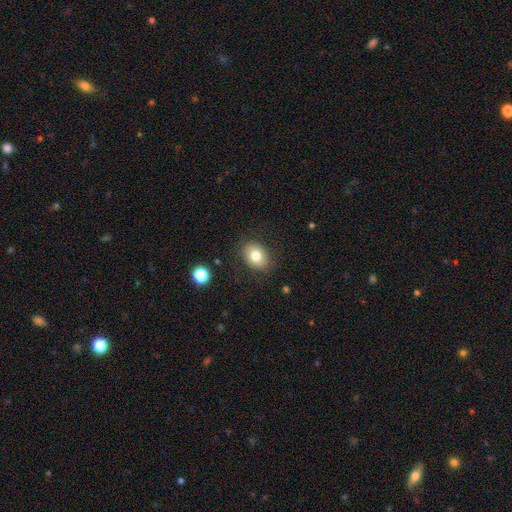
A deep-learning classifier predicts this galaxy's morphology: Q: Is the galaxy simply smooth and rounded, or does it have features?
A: smooth — 79%.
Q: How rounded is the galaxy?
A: in between — 64%.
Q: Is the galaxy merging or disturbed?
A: none — 85%.